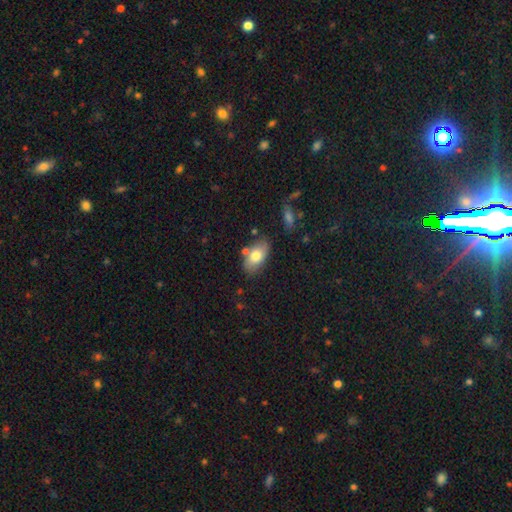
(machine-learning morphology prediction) Overall: smooth (74%). How rounded: in between (91%). Merging: none (73%).